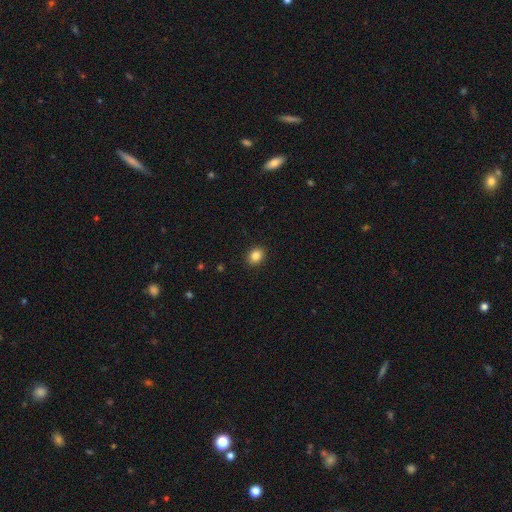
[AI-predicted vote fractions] smooth-or-featured: smooth: 85% | star or artifact: 10% | featured or disk: 5%
  how-rounded: round: 50% | in between: 49% | cigar-shaped: 1%
  merging: none: 91% | minor disturbance: 7% | major disturbance: 2% | merger: 1%